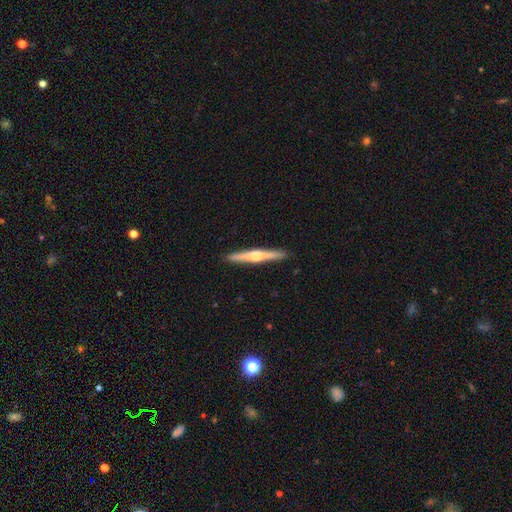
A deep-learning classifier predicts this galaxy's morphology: This appears to be a featured or disk galaxy (72%) viewed edge-on (98%) with a rounded central bulge (91%). Merging: none (92%).